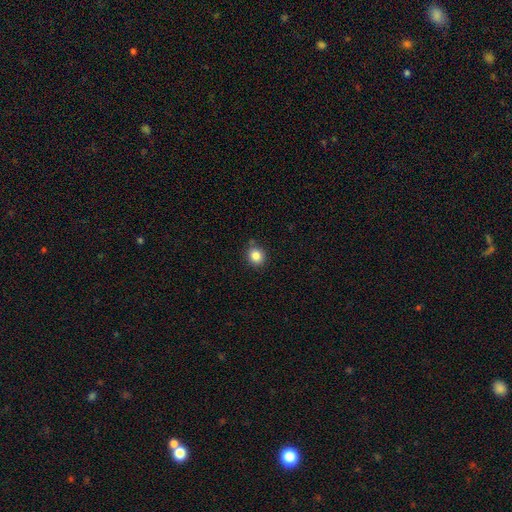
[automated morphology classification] This appears to be a smooth galaxy with no disk features (84%) that is round (85%). Merging: none (81%).